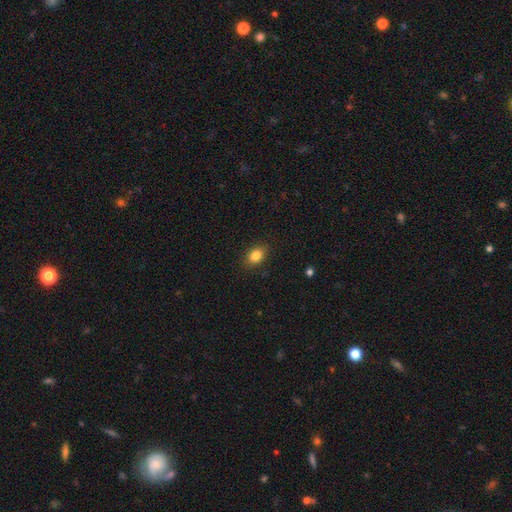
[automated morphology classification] Smooth or featured?
  - smooth: 84% *
  - star or artifact: 9%
  - featured or disk: 7%
How rounded?
  - in between: 77% *
  - round: 22%
  - cigar-shaped: 2%
Merging?
  - none: 87% *
  - minor disturbance: 10%
  - major disturbance: 2%
  - merger: 1%